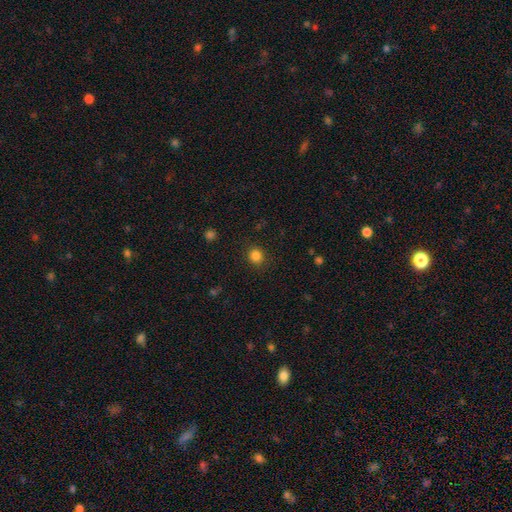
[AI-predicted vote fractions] Smooth or featured?
  - smooth: 84% *
  - star or artifact: 12%
  - featured or disk: 4%
How rounded?
  - round: 84% *
  - in between: 15%
  - cigar-shaped: 1%
Merging?
  - none: 89% *
  - minor disturbance: 7%
  - major disturbance: 3%
  - merger: 1%